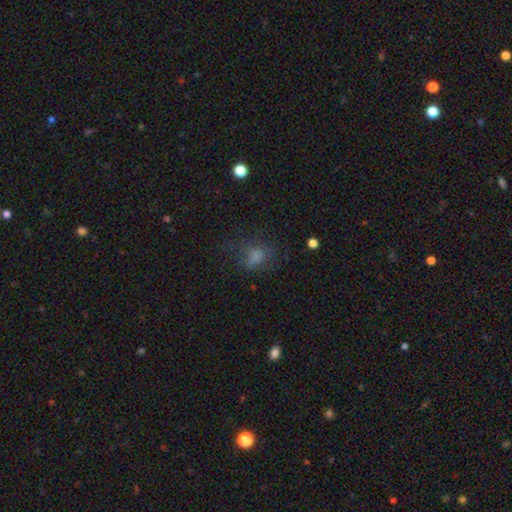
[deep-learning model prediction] A smooth galaxy with no disk features (56%) that is in between round and cigar-shaped (61%). Merging: none (54%).